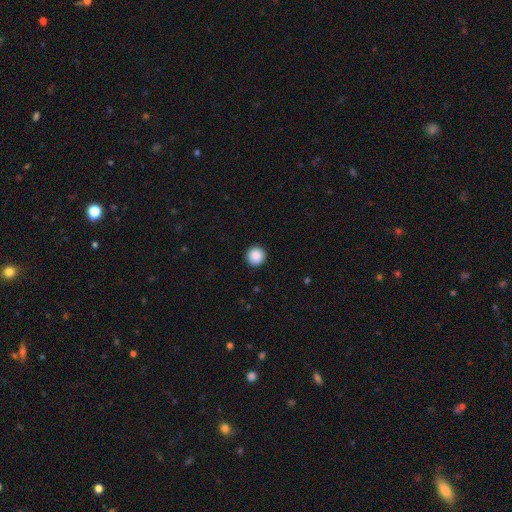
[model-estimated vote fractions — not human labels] smooth 89%, star or artifact 9%, featured or disk 3%. Down the decision tree: how rounded — round (96%); merging — none (93%).